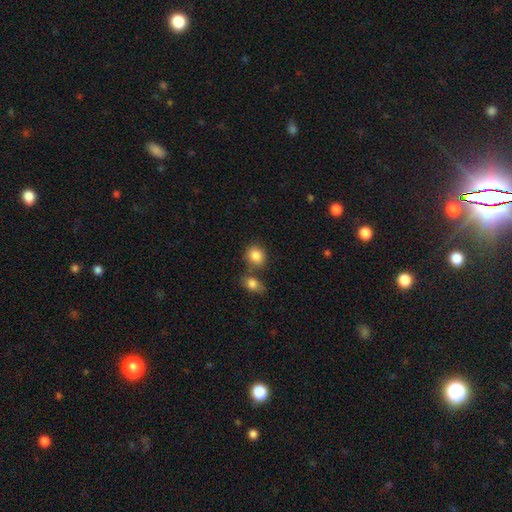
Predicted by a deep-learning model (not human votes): smooth 86%, star or artifact 8%, featured or disk 6%. Down the decision tree: how rounded — round (59%); merging — none (59%).